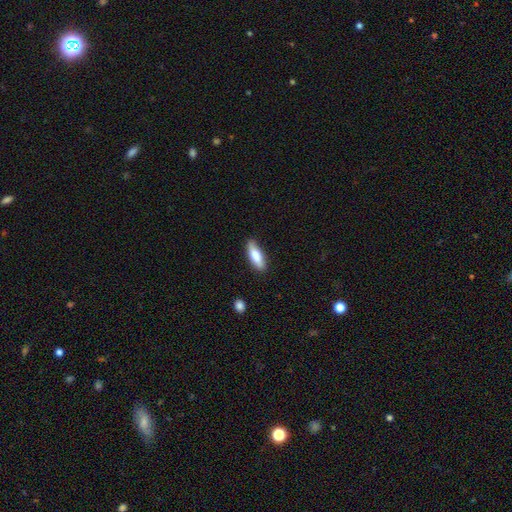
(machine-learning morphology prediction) This is likely a smooth galaxy (79%). How rounded: possibly in between (58%). Merging: clearly none (82%).